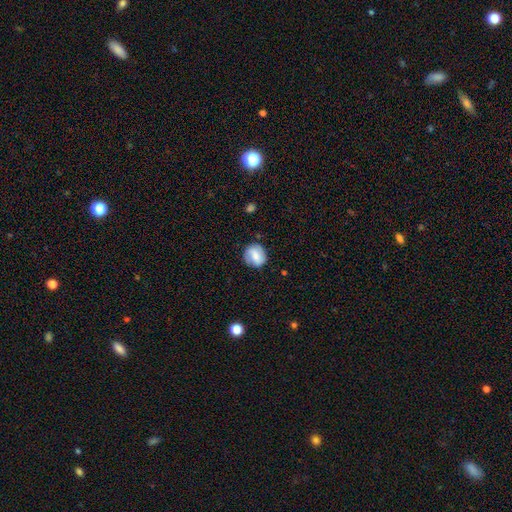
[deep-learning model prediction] This appears to be a smooth galaxy with no disk features (65%) that is round (77%). Merging: none (74%).